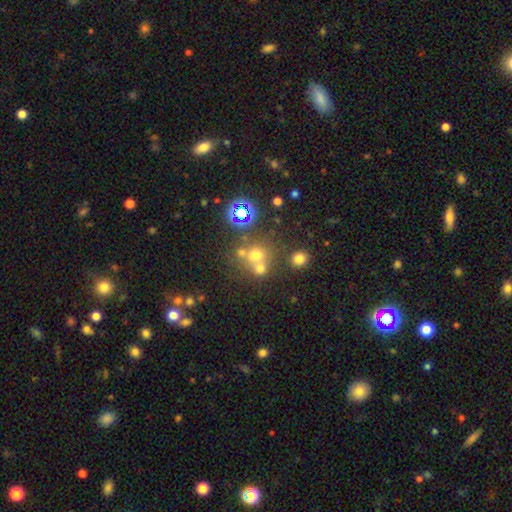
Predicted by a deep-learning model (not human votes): The model was most divided on "merging": none: 49%, merger: 39%, minor disturbance: 8%, major disturbance: 4%. More confident: how rounded — round (82%); smooth or featured — smooth (60%).